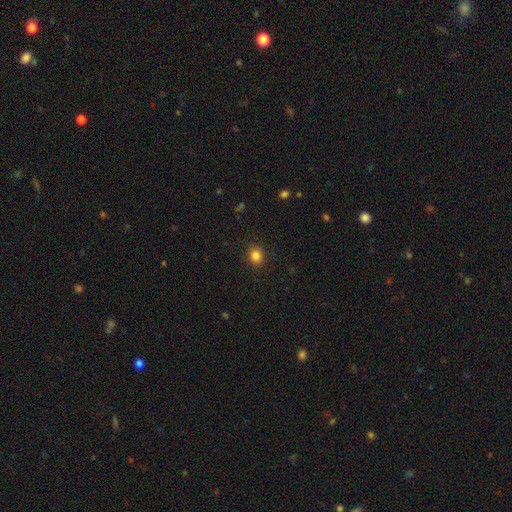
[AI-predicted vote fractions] This is clearly a smooth galaxy (84%). How rounded: likely round (74%). Merging: clearly none (90%).